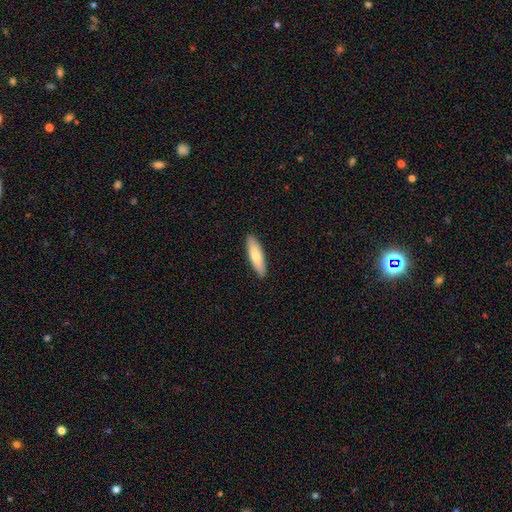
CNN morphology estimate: A smooth galaxy with no disk features (70%) that is cigar-shaped (67%). Merging: none (91%).